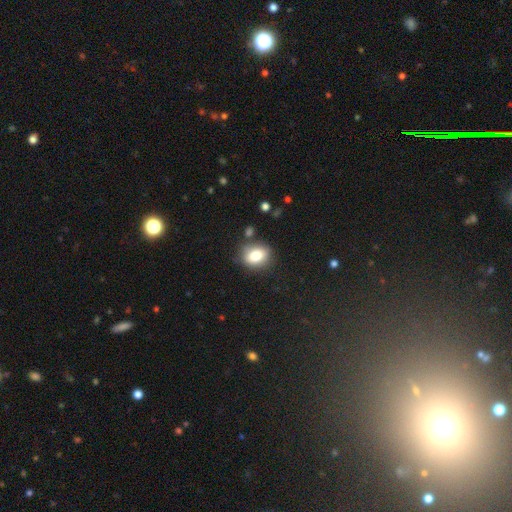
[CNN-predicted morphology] Q: Smooth or featured?
A: smooth (80%); runner-up: featured or disk (10%)
Q: How rounded?
A: in between (57%); runner-up: round (42%)
Q: Merging?
A: none (76%); runner-up: minor disturbance (14%)